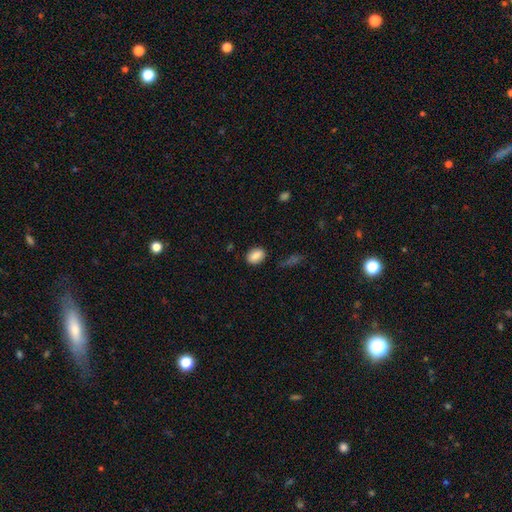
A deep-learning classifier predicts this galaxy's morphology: smooth 85%, star or artifact 8%, featured or disk 7%. Down the decision tree: how rounded — in between (74%); merging — none (81%).